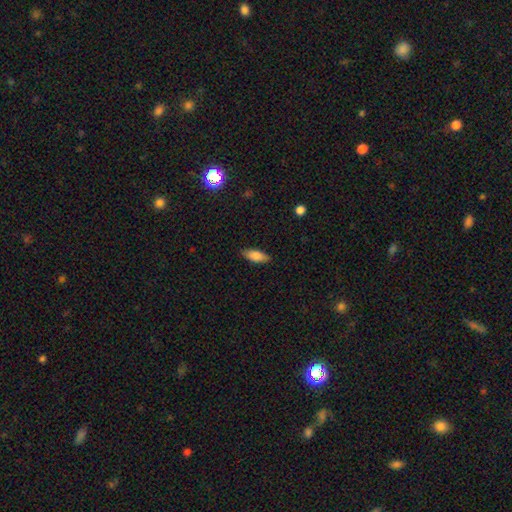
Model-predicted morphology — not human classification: This appears to be a smooth galaxy with no disk features (84%) that is in between round and cigar-shaped (76%). Merging: none (87%).